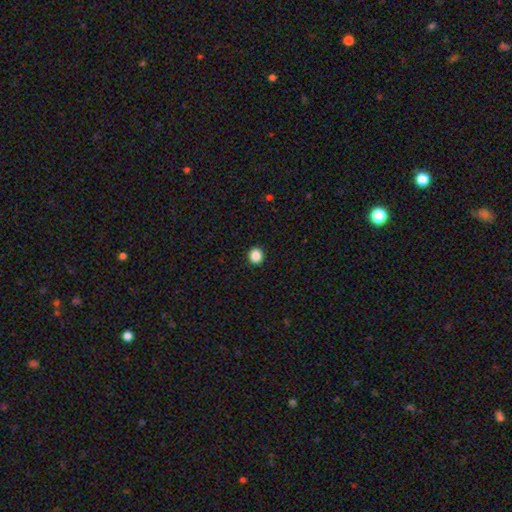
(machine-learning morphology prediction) This appears to be a smooth galaxy with no disk features (87%) that is round (82%). Merging: none (92%).